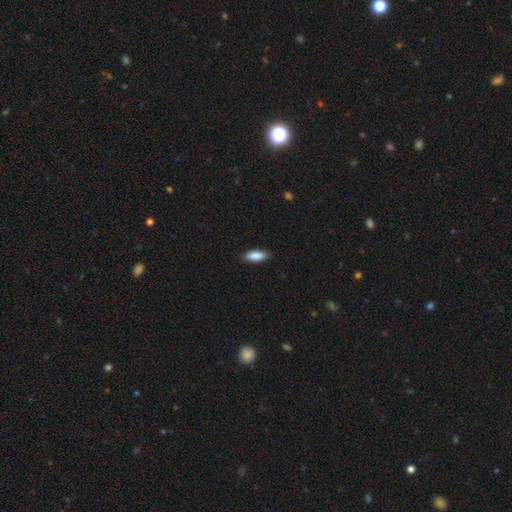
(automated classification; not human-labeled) This is clearly a smooth galaxy (89%). How rounded: likely in between (72%). Merging: clearly none (87%).